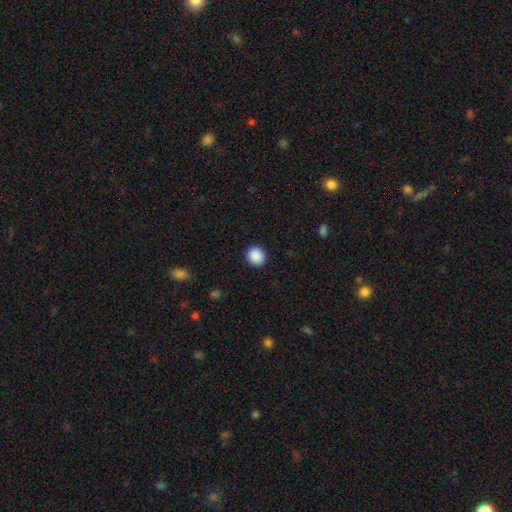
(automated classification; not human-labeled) A smooth galaxy with no disk features (90%) that is round (80%). Merging: none (91%).